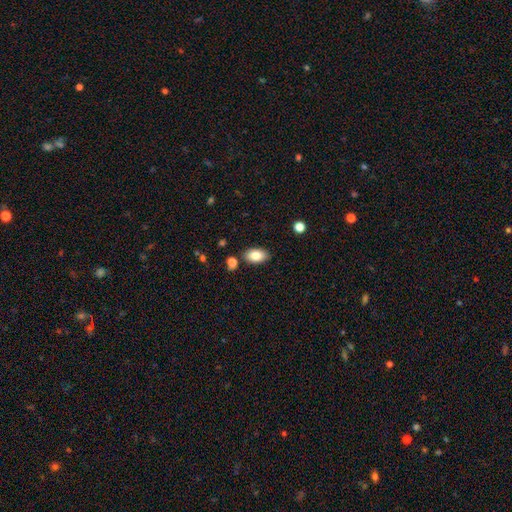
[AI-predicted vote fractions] Smooth or featured?
  - smooth: 83% *
  - featured or disk: 9%
  - star or artifact: 7%
How rounded?
  - in between: 92% *
  - round: 6%
  - cigar-shaped: 2%
Merging?
  - none: 84% *
  - minor disturbance: 10%
  - merger: 4%
  - major disturbance: 2%